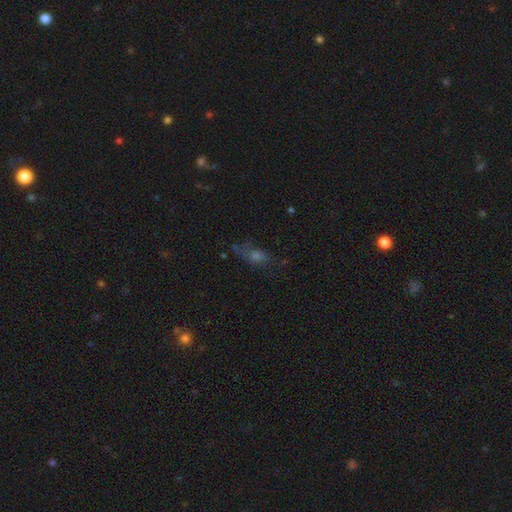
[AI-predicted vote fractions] Smooth or featured? Predicted: smooth (p=0.40). Merging? Predicted: none (p=0.59).